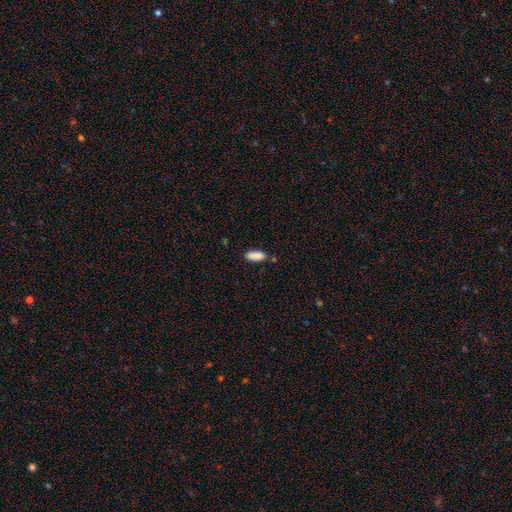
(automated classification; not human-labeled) Morphology: type=smooth (89%); roundness=in between (76%); merging=none (79%).